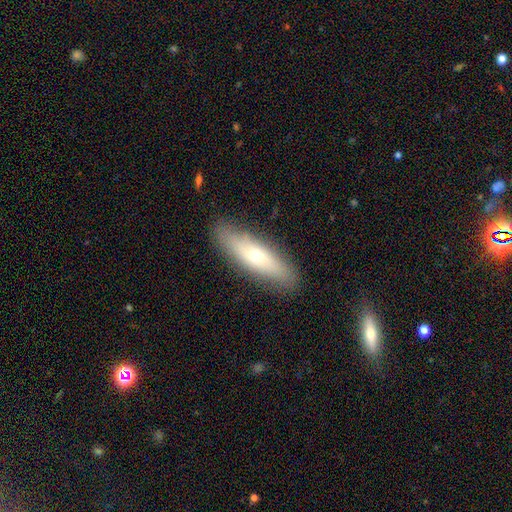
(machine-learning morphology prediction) Smooth or featured? Predicted: smooth (p=0.54). How rounded? Predicted: cigar-shaped (p=0.62). Merging? Predicted: none (p=0.86).